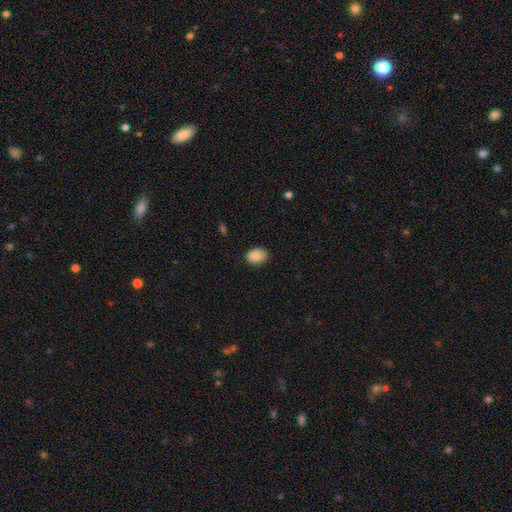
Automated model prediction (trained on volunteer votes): smooth 85%, featured or disk 8%, star or artifact 7%. Down the decision tree: how rounded — in between (71%); merging — none (77%).